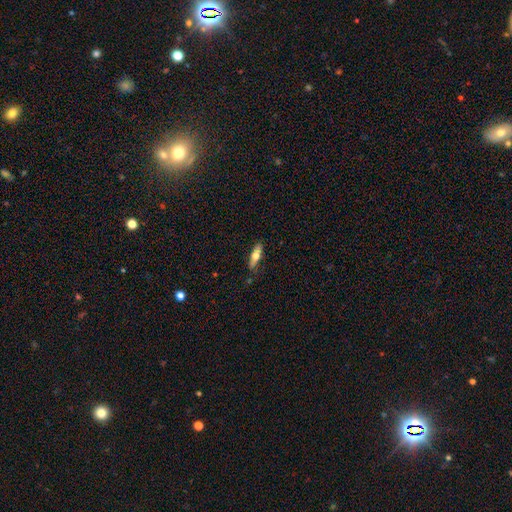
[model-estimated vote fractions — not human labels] Overall: smooth (55%; featured or disk 40%). How rounded: cigar-shaped (58%; in between 39%). Merging: none (83%).